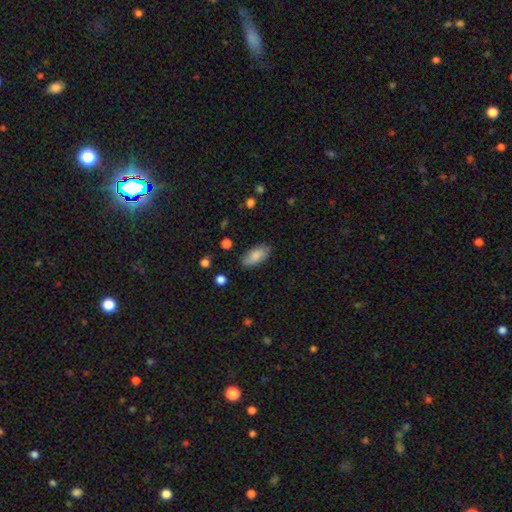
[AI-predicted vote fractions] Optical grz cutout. It shows a smooth galaxy with no disk features (83%) that is in between round and cigar-shaped (88%). Merging: none (83%).